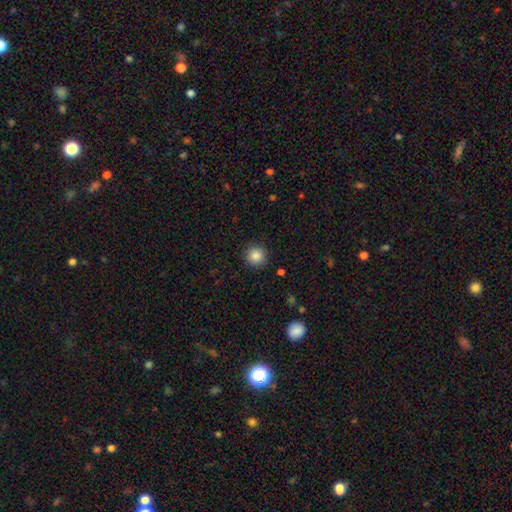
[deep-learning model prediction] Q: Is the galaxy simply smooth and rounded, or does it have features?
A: smooth — 87%.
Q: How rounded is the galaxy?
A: round — 95%.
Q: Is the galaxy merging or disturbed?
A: none — 91%.